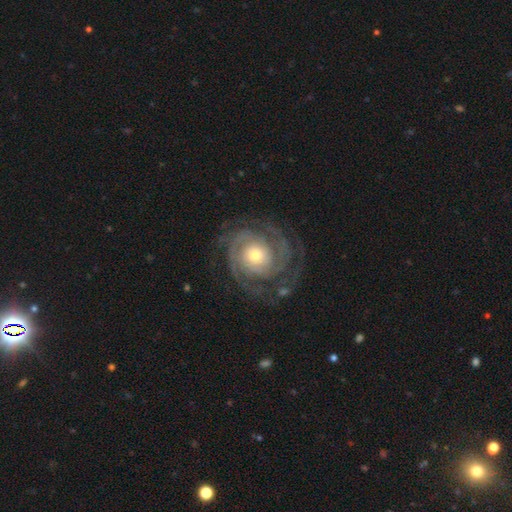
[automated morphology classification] A featured or disk galaxy (90%) with no bar (78%), 2 (34%) tight (71%) spiral arms (97%) and a moderate central bulge (54%).

Vote fractions:
- Smooth or featured? featured or disk: 90% / smooth: 6% / star or artifact: 5%
- Edge-on disk? no: 98% / yes: 2%
- Bar? no: 78% / weak: 16% / strong: 5%
- Spiral arms? yes: 97% / no: 3%
- Spiral winding? tight: 71% / medium: 24% / loose: 5%
- Spiral arm count? 2: 34% / 3: 25% / can't tell: 19% / 4: 10% / 1: 6% / more than 4: 6%
- Bulge size? moderate: 54% / small: 35% / large: 9% / dominant: 1% / none: 1%
- Merging? none: 73% / minor disturbance: 15% / major disturbance: 11% / merger: 2%